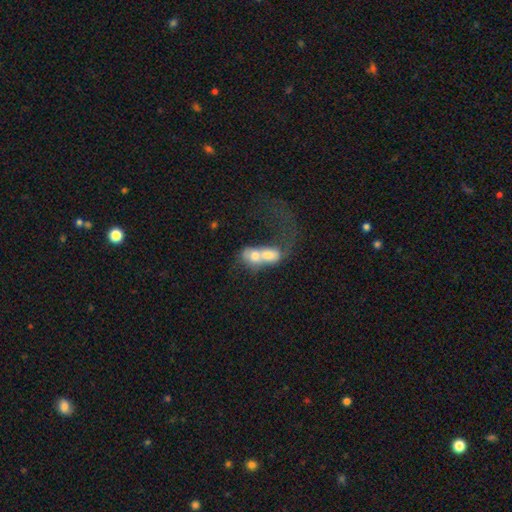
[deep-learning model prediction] The model was most divided on "smooth or featured": smooth: 57%, featured or disk: 34%, star or artifact: 9%. More confident: merging — merger (78%); how rounded — in between (67%).